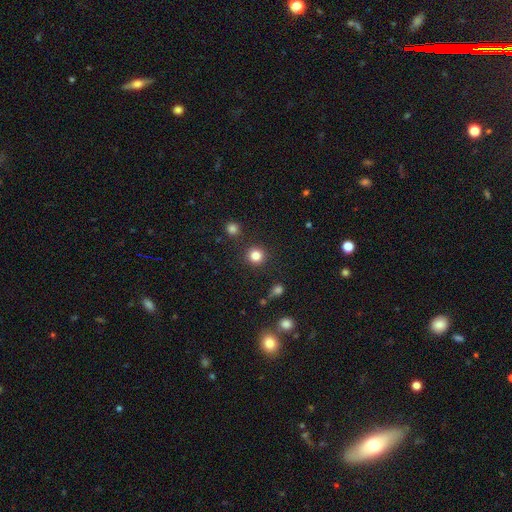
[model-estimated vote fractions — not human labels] smooth 83%, star or artifact 12%, featured or disk 5%. Down the decision tree: how rounded — round (93%); merging — none (89%).